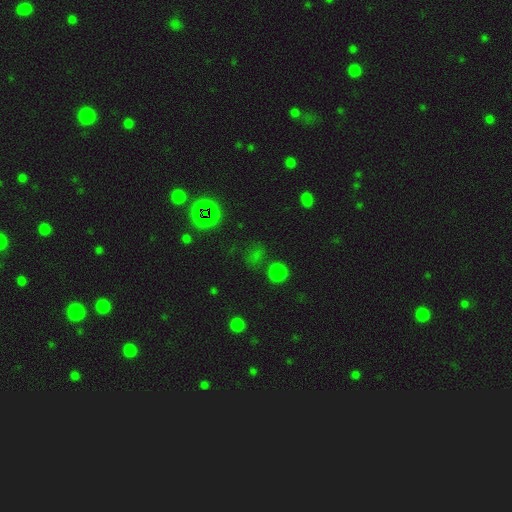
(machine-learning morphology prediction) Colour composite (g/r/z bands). It shows a smooth galaxy with no disk features (50%). Merging: none (75%).